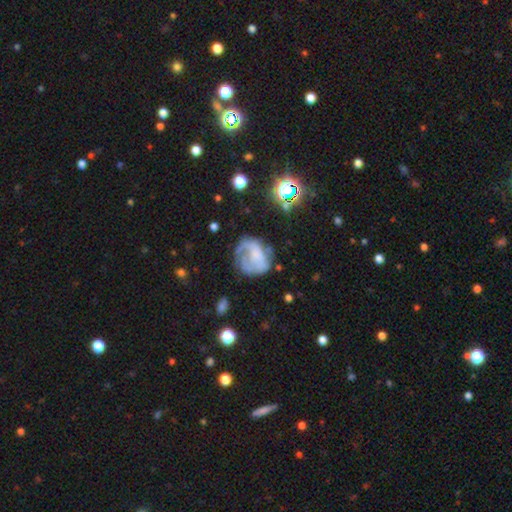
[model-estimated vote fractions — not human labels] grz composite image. It shows a featured or disk galaxy (53%) with no bar (77%), spiral arms (50%, tied with no) and no central bulge (55%). Merging: none (41%).